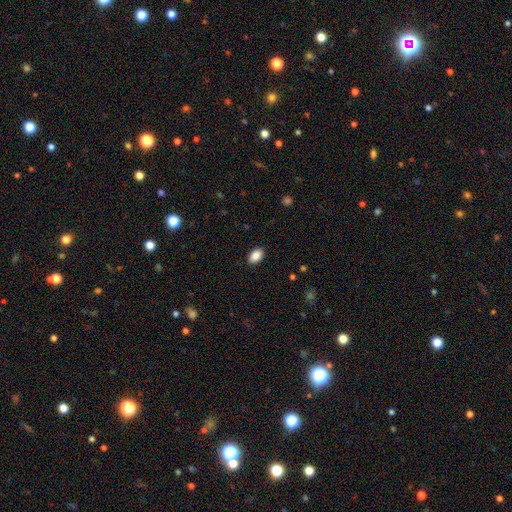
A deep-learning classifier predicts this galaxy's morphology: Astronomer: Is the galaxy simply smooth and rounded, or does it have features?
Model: smooth — 88%.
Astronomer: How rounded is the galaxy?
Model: in between — 89%.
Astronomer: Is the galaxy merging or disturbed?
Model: none — 89%.